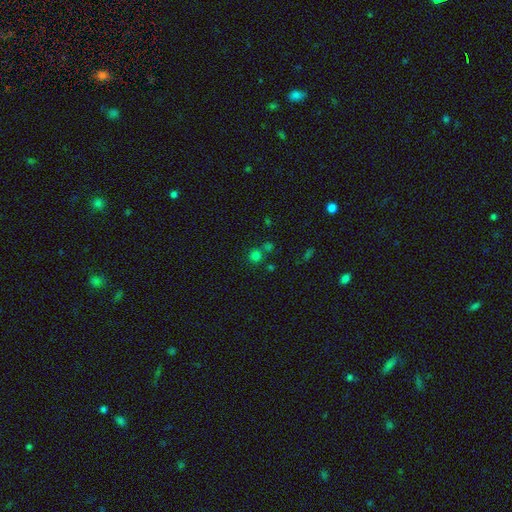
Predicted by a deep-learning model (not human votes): This appears to be a smooth galaxy with no disk features (69%) that is round (92%). Merging: none (70%).